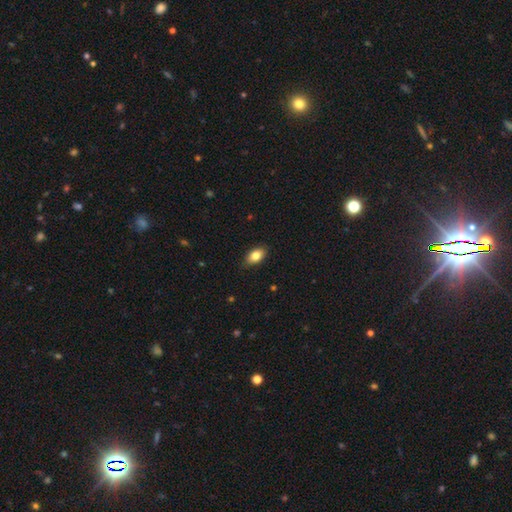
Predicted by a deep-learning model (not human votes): Overall: smooth (82%). How rounded: in between (89%). Merging: none (84%).